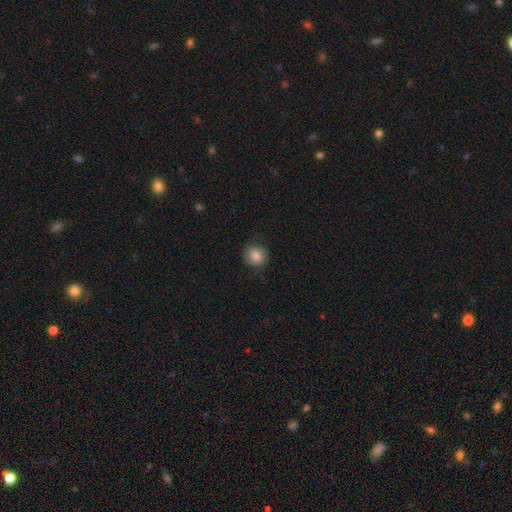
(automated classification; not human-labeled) This is likely a smooth galaxy (76%). How rounded: likely round (72%). Merging: likely none (78%).